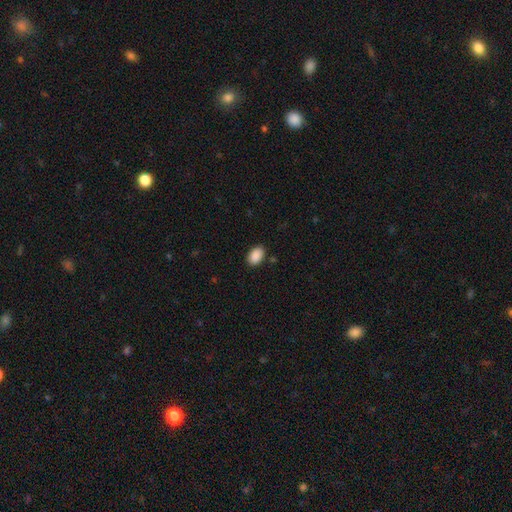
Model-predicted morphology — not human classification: The model was most divided on "merging": none: 86%, minor disturbance: 10%, major disturbance: 2%, merger: 2%. More confident: smooth or featured — smooth (90%); how rounded — in between (88%).